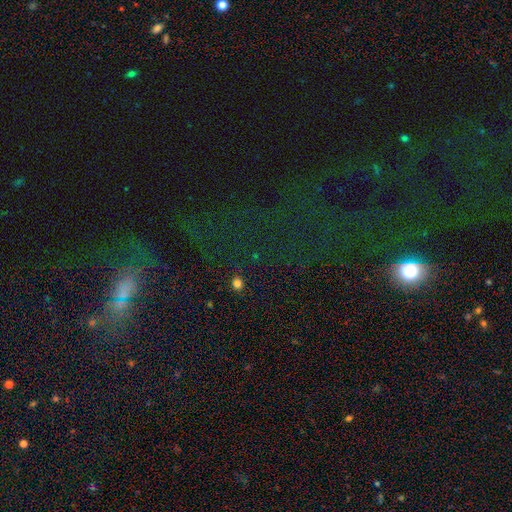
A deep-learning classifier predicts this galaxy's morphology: Overall: star or artifact (54%; smooth 28%).